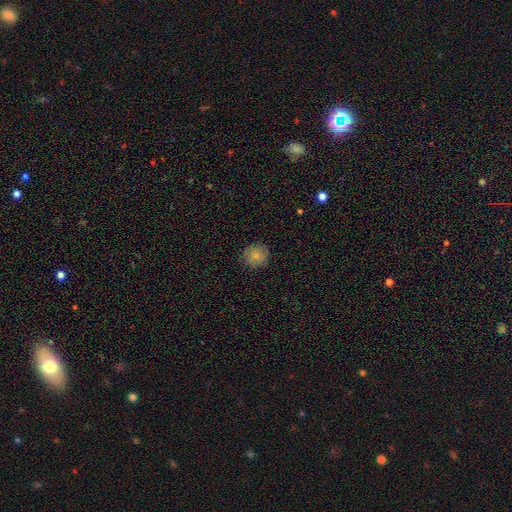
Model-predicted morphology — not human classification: Smooth or featured? Predicted: smooth (p=0.81). How rounded? Predicted: round (p=0.87). Merging? Predicted: none (p=0.85).